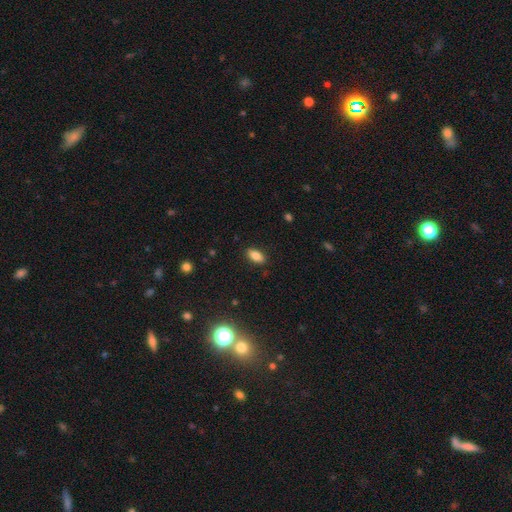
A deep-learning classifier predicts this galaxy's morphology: Overall: smooth (83%). How rounded: in between (87%). Merging: none (88%).